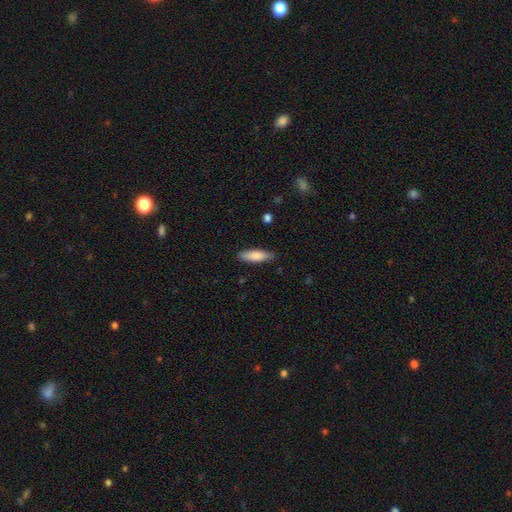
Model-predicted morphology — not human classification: This appears to be a smooth galaxy with no disk features (83%) that is cigar-shaped (52%). Merging: none (85%).